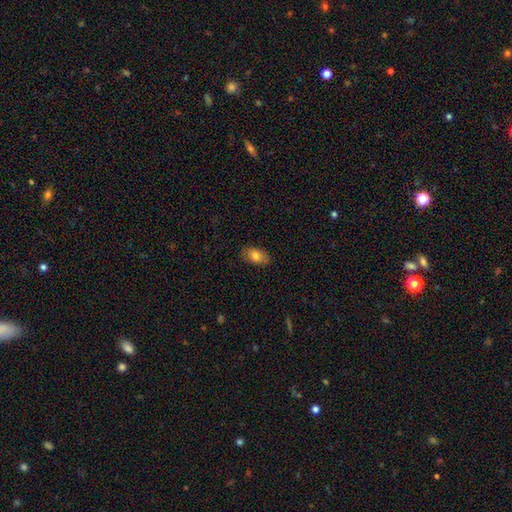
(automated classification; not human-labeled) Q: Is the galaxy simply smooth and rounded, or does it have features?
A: smooth — 80%.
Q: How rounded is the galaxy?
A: in between — 90%.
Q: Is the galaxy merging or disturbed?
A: none — 83%.